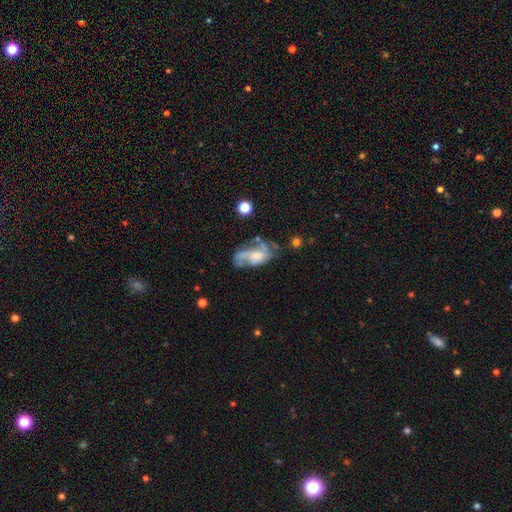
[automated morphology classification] The model was most divided on "merging": major disturbance: 35%, none: 33%, minor disturbance: 21%, merger: 11%. Remaining: edge-on disk — no (95%); spiral arms — yes (72%); bar — no (64%); smooth or featured — featured or disk (64%); bulge size — moderate (37%).